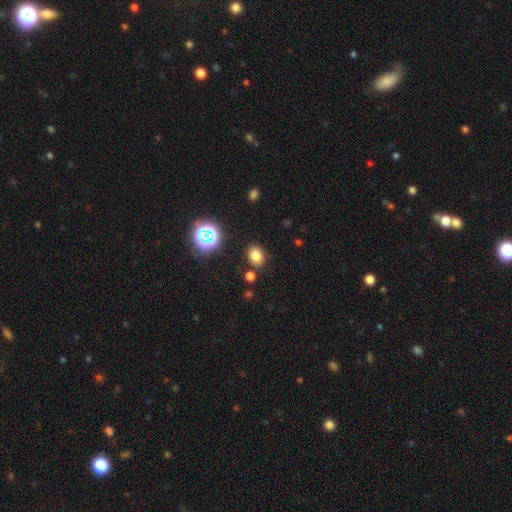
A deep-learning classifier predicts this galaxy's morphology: Overall: smooth (78%). How rounded: in between (62%; round 38%). Merging: none (83%).